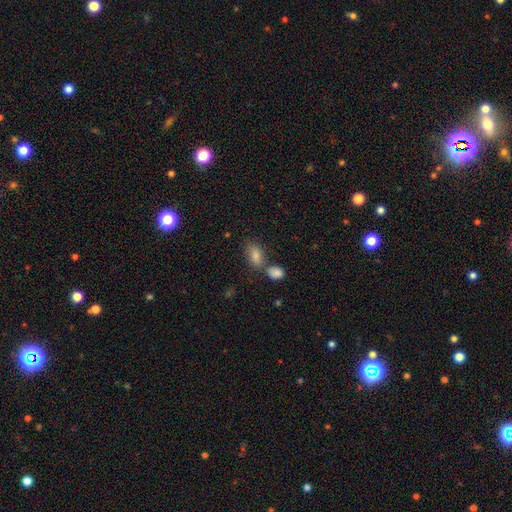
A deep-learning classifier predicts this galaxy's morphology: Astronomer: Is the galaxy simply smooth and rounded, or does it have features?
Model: smooth — 83%.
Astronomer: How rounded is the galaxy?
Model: in between — 89%.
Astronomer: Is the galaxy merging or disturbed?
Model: none — 50% (runner-up: merger, 30%).